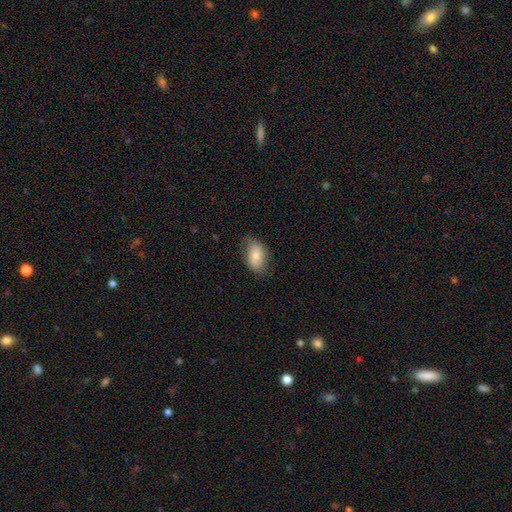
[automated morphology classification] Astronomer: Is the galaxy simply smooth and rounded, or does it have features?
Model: smooth — 77%.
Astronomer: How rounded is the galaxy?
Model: in between — 89%.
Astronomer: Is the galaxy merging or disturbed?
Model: none — 75%.